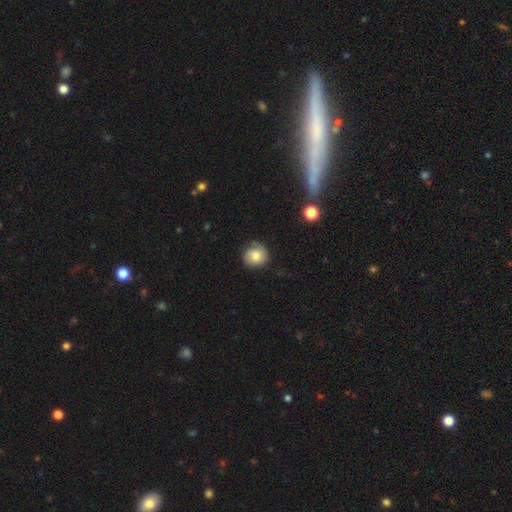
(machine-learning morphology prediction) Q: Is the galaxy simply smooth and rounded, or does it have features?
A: smooth — 73%.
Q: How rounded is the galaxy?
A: round — 87%.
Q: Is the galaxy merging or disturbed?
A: none — 71%.